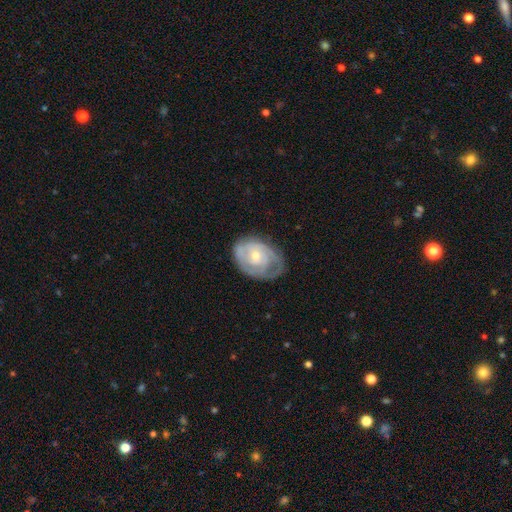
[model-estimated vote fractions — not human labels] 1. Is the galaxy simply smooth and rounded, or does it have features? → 73% featured or disk, 22% smooth, 5% star or artifact.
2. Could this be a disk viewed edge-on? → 97% no, 3% yes.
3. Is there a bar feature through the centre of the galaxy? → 77% no, 20% weak, 3% strong.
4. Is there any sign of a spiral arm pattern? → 83% yes, 17% no.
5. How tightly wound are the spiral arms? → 65% tight, 27% medium, 9% loose.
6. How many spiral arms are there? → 39% can't tell, 32% 2, 12% 3, 11% 1, 4% 4, 3% more than 4.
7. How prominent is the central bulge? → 55% small, 41% moderate, 2% large, 1% none, 1% dominant.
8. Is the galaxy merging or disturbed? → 60% none, 27% minor disturbance, 12% major disturbance, 1% merger.